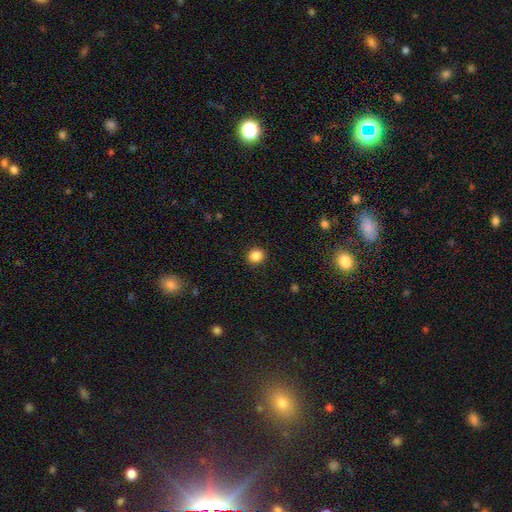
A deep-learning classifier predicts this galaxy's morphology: Smooth or featured: smooth — 85% (star or artifact — 11%)
How rounded: round — 86% (in between — 13%)
Merging: none — 91% (minor disturbance — 6%)